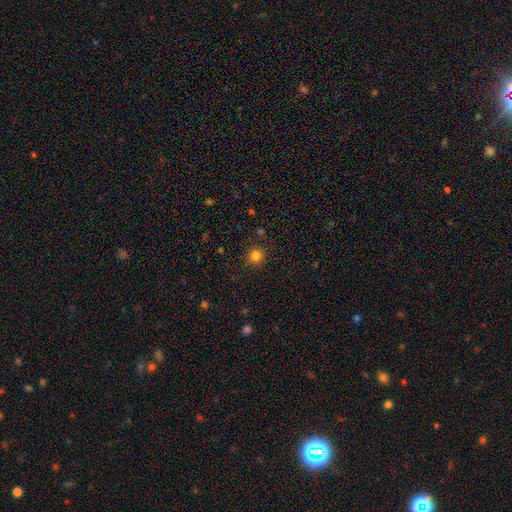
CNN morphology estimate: smooth 82%, star or artifact 14%, featured or disk 4%. Down the decision tree: how rounded — round (93%); merging — none (89%).